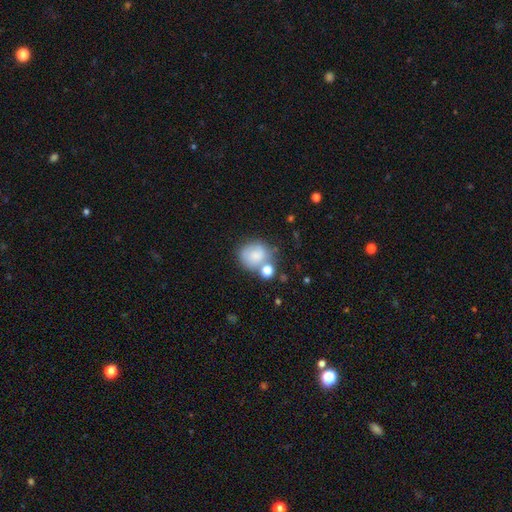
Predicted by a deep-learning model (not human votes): This is likely a smooth galaxy (75%). How rounded: likely round (75%). Merging: possibly none (48%).